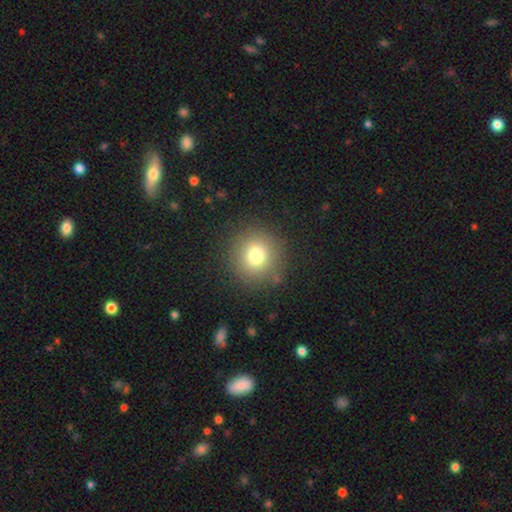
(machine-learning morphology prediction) This appears to be a smooth galaxy with no disk features (76%) that is round (94%). Merging: none (87%).